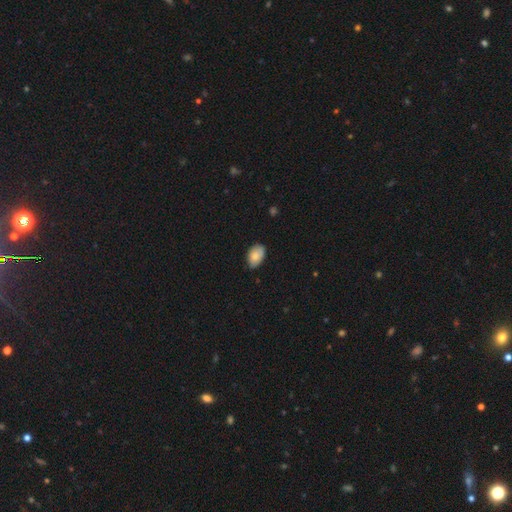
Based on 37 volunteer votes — Volunteers were most divided on "merging": none: 67%, minor disturbance: 31%, merger: 3%, major disturbance: 0%. More confident: how rounded — in between (91%); smooth or featured — smooth (86%).